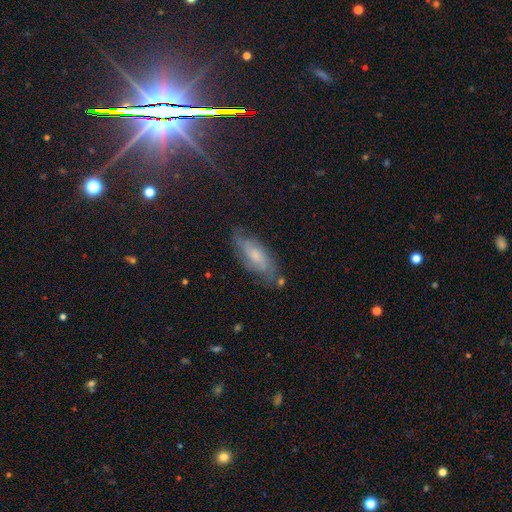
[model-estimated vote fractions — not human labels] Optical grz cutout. It shows a featured or disk galaxy (54%). Merging: none (70%).